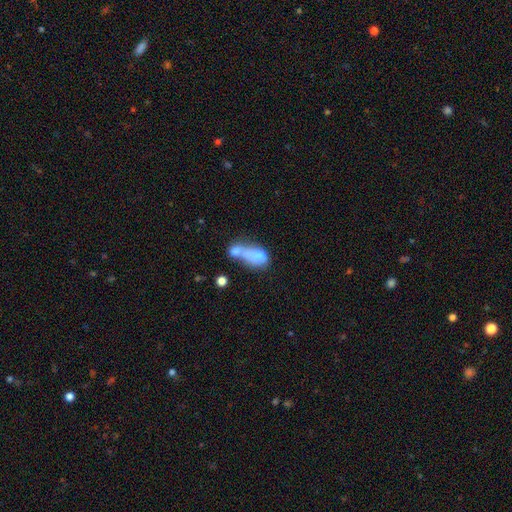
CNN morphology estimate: Q: Smooth or featured?
A: smooth (67%); runner-up: featured or disk (24%)
Q: How rounded?
A: in between (76%); runner-up: round (15%)
Q: Merging?
A: merger (66%); runner-up: major disturbance (13%)